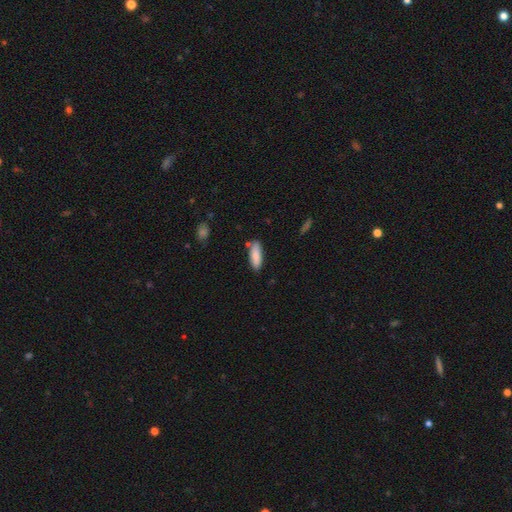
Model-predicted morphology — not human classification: Smooth or featured? Predicted: smooth (p=0.86). How rounded? Predicted: in between (p=0.57). Merging? Predicted: none (p=0.80).